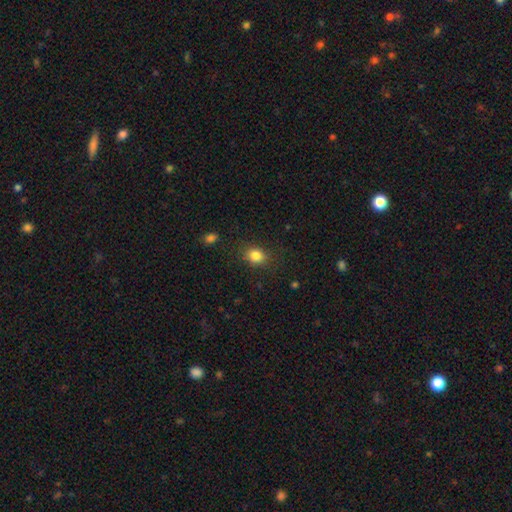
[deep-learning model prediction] This appears to be a smooth galaxy with no disk features (83%) that is round (52%). Merging: none (84%).